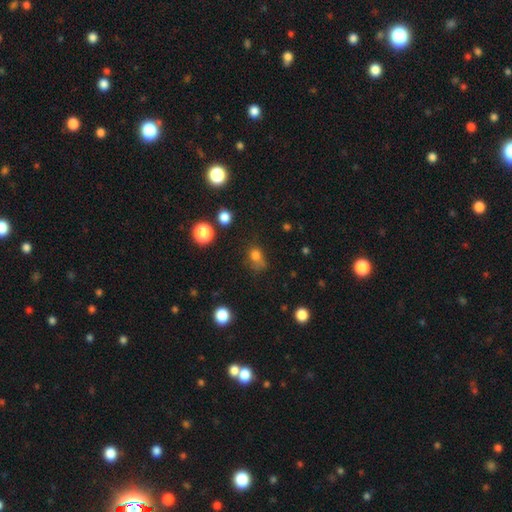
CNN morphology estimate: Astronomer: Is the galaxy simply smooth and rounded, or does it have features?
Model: smooth — 75%.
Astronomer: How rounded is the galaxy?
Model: round — 52% (runner-up: in between, 46%).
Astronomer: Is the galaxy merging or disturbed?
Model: none — 48% (runner-up: minor disturbance, 29%).